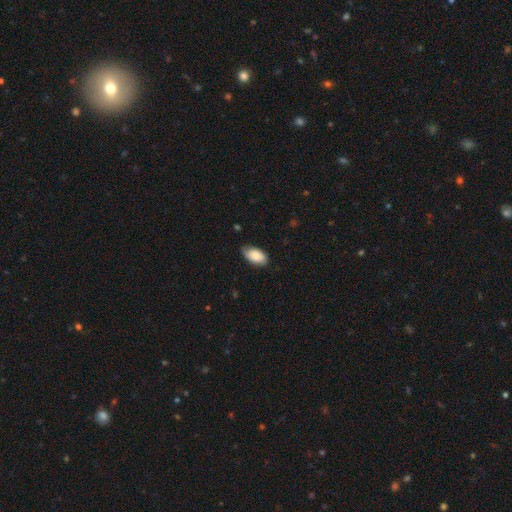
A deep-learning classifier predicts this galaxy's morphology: smooth_or_featured: smooth (p=0.83) [alt: featured or disk p=0.11]
how_rounded: in between (p=0.95) [alt: round p=0.04]
merging: none (p=0.73) [alt: minor disturbance p=0.22]